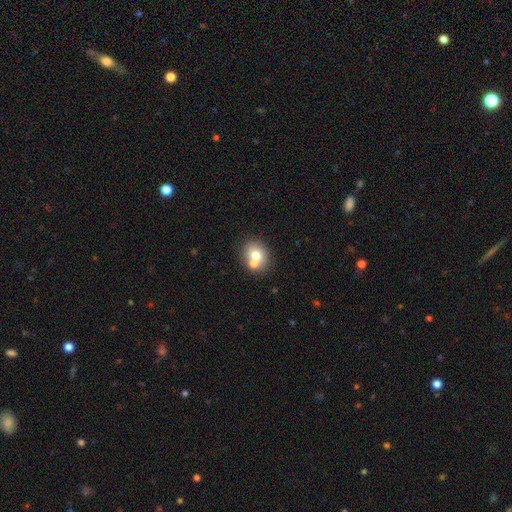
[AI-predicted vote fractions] Smooth or featured? Predicted: smooth (p=0.71). How rounded? Predicted: round (p=0.67). Merging? Predicted: none (p=0.55).